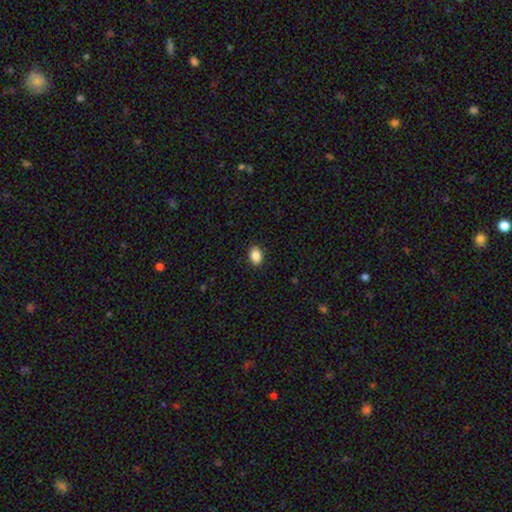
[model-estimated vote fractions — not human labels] A smooth galaxy with no disk features (88%) that is in between round and cigar-shaped (80%).

Vote fractions:
- Smooth or featured? smooth: 88% / star or artifact: 8% / featured or disk: 4%
- How rounded? in between: 80% / round: 19% / cigar-shaped: 1%
- Merging? none: 90% / minor disturbance: 7% / major disturbance: 2% / merger: 1%